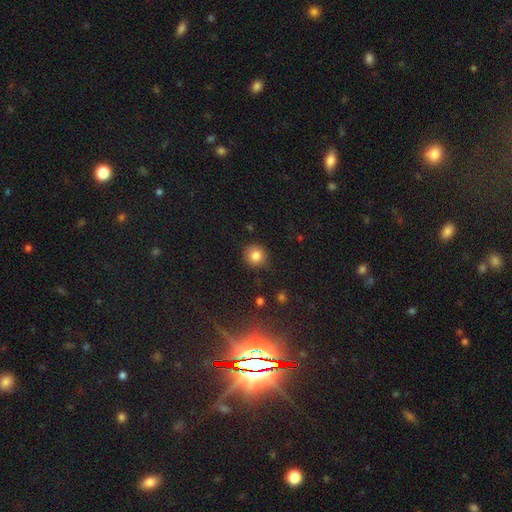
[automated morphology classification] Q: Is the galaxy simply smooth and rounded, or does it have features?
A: smooth — 82%.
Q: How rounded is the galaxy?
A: round — 90%.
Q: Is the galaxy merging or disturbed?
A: none — 89%.